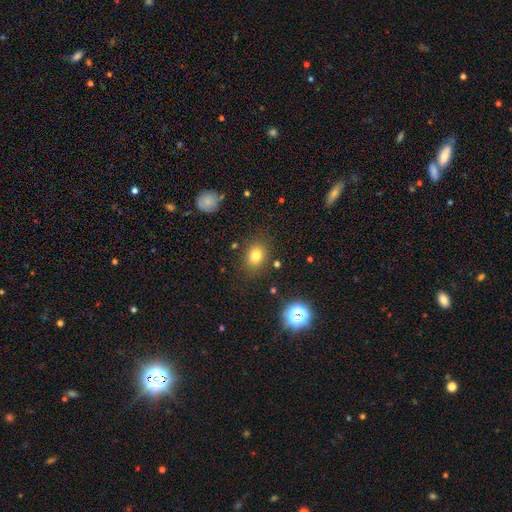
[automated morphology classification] Smooth or featured?
  - smooth: 77% *
  - star or artifact: 14%
  - featured or disk: 9%
How rounded?
  - in between: 53% *
  - round: 46%
  - cigar-shaped: 1%
Merging?
  - none: 82% *
  - minor disturbance: 11%
  - major disturbance: 4%
  - merger: 3%